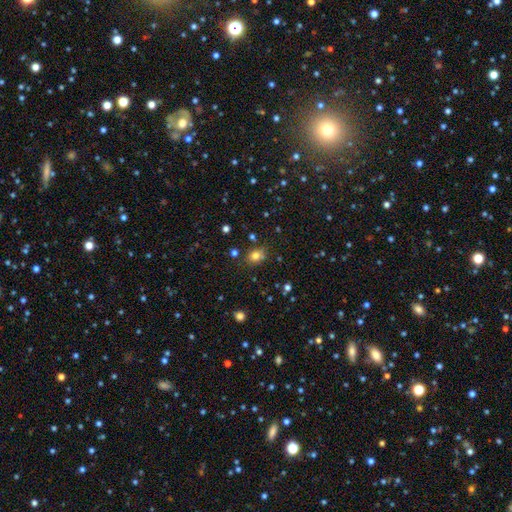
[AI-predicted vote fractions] smooth 76%, star or artifact 16%, featured or disk 8%. Down the decision tree: how rounded — round (61%); merging — none (77%).